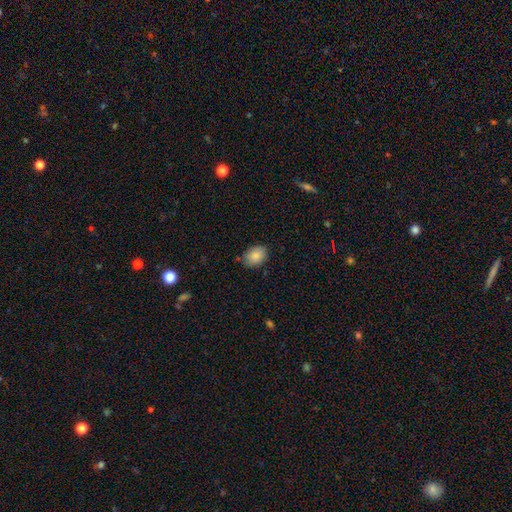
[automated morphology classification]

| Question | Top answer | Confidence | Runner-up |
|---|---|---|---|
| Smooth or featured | smooth | 86% | star or artifact (8%) |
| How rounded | in between | 76% | round (23%) |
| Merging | none | 81% | minor disturbance (15%) |